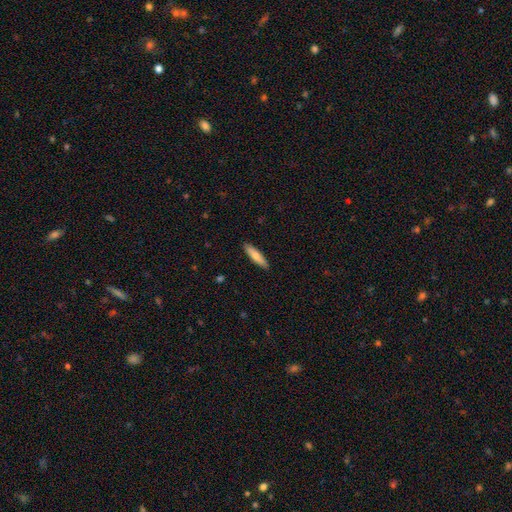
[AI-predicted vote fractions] Smooth or featured: smooth — 72% (featured or disk — 23%)
How rounded: cigar-shaped — 76% (in between — 22%)
Merging: none — 90% (minor disturbance — 8%)